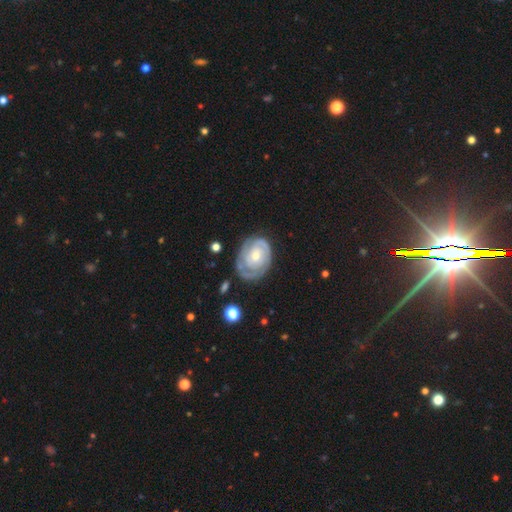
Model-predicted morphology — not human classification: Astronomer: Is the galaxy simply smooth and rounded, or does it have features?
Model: featured or disk — 78%.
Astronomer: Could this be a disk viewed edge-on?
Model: no — 97%.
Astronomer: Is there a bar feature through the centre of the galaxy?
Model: no — 76%.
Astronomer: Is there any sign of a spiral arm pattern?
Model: yes — 89%.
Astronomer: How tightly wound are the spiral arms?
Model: tight — 73%.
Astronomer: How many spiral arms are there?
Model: can't tell — 36% (runner-up: 2, 34%).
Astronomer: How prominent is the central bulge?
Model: small — 51% (runner-up: moderate, 43%).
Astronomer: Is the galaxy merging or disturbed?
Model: none — 64%.